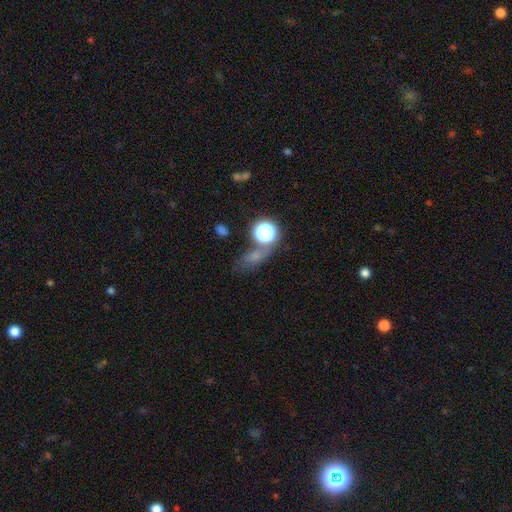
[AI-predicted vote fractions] This is possibly a smooth galaxy (54%). How rounded: possibly in between (52%). Merging: possibly none (49%).